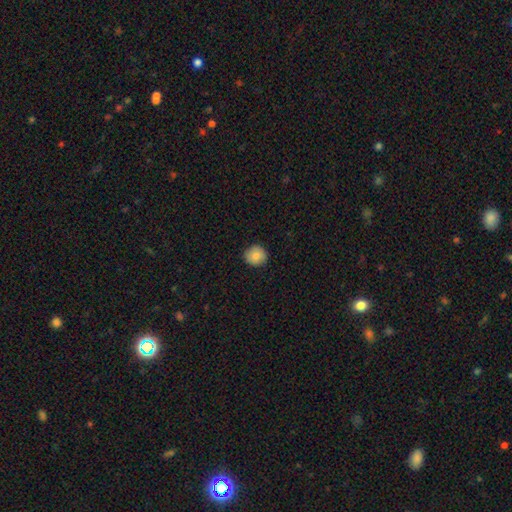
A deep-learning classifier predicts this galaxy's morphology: smooth 85%, star or artifact 8%, featured or disk 6%. Down the decision tree: how rounded — round (91%); merging — none (89%).